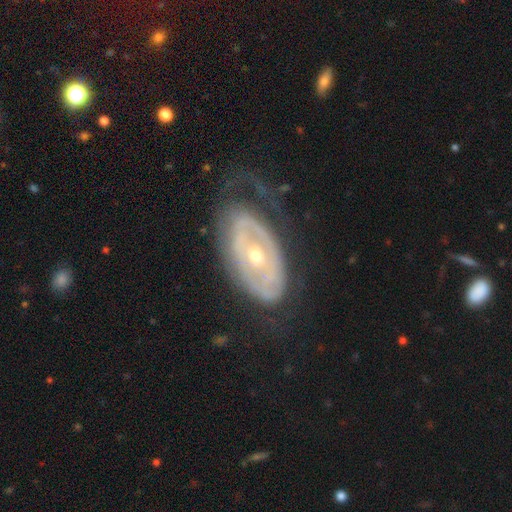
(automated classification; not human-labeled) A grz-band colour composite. It shows a featured or disk galaxy (78%) with no bar (68%), spiral arms (54%) and a small central bulge (49%). Merging: none (55%).